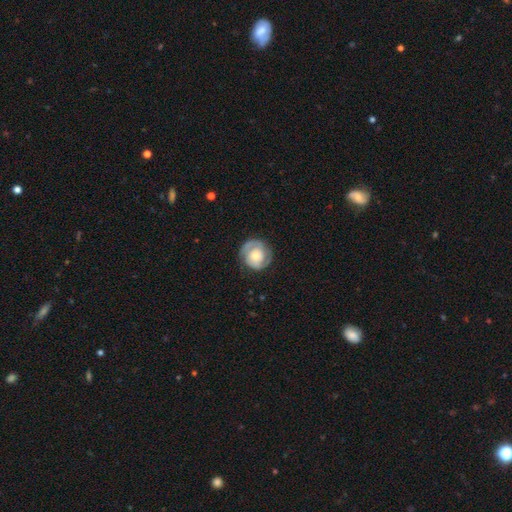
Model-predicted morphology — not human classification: A featured or disk galaxy (68%) with no bar (72%), 2 (71%) tight (59%) spiral arms (86%) and a moderate central bulge (47%).

Vote fractions:
- Smooth or featured? featured or disk: 68% / smooth: 26% / star or artifact: 6%
- Edge-on disk? no: 98% / yes: 2%
- Bar? no: 72% / weak: 22% / strong: 6%
- Spiral arms? yes: 86% / no: 14%
- Spiral winding? tight: 59% / medium: 32% / loose: 10%
- Spiral arm count? 2: 71% / can't tell: 13% / 1: 9% / 3: 4% / 4: 2% / more than 4: 2%
- Bulge size? moderate: 47% / small: 32% / large: 15% / none: 4% / dominant: 2%
- Merging? none: 78% / minor disturbance: 15% / major disturbance: 6% / merger: 1%